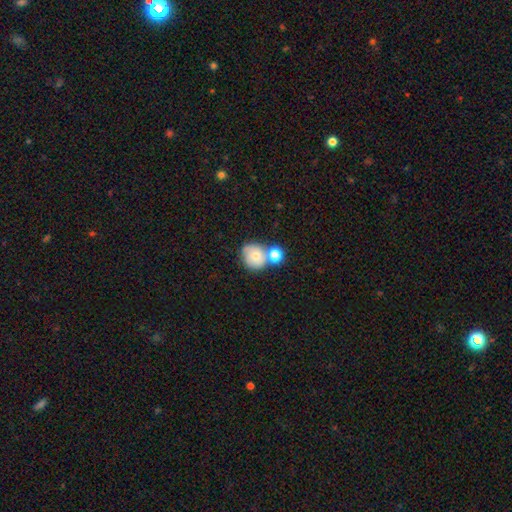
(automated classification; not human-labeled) A smooth galaxy with no disk features (67%) that is round (76%). Merging: none (43%).